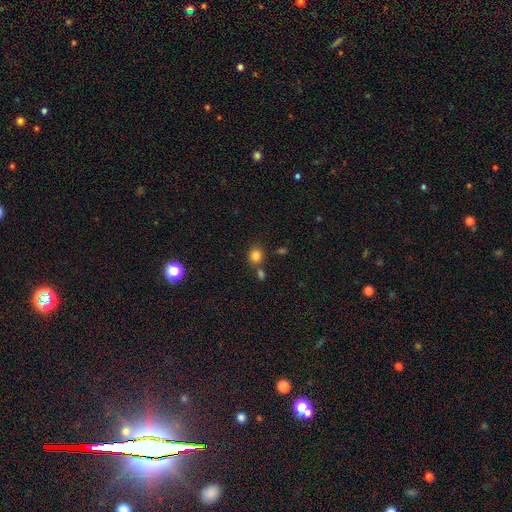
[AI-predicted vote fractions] Smooth or featured?
  - smooth: 83% *
  - star or artifact: 12%
  - featured or disk: 5%
How rounded?
  - round: 73% *
  - in between: 26%
  - cigar-shaped: 1%
Merging?
  - none: 66% *
  - merger: 20%
  - minor disturbance: 10%
  - major disturbance: 4%